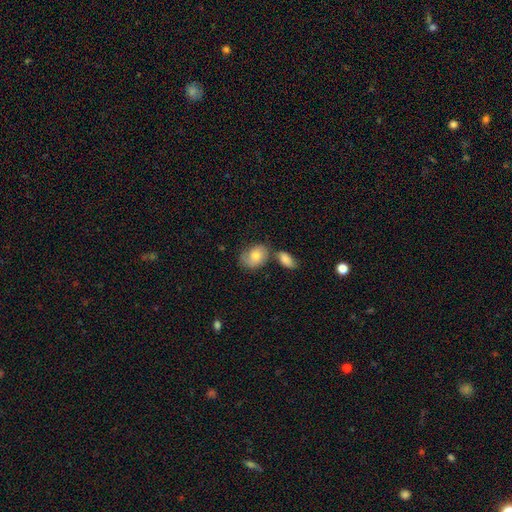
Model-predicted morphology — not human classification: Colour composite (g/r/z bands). It shows a smooth galaxy with no disk features (69%) that is in between round and cigar-shaped (72%). Merging: none (49%).